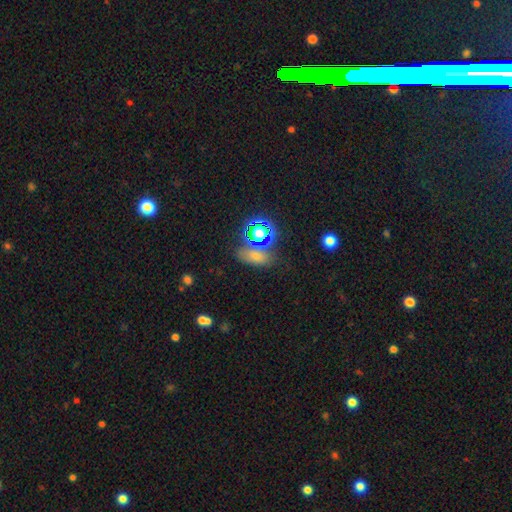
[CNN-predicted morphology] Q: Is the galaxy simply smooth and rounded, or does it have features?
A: smooth — 60%.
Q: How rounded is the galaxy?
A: in between — 78%.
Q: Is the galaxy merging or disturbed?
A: none — 68%.